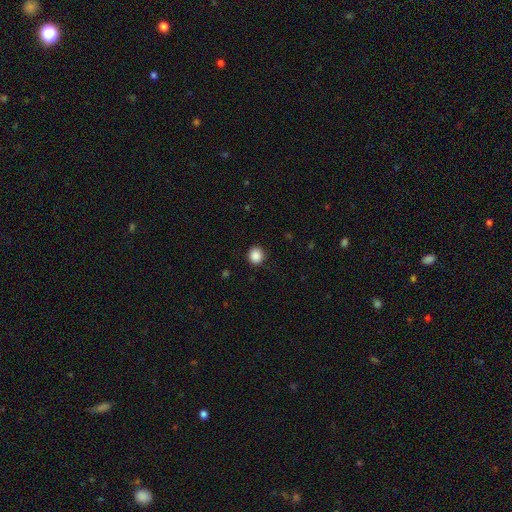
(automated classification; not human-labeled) Smooth or featured?
  - smooth: 88% *
  - star or artifact: 9%
  - featured or disk: 3%
How rounded?
  - round: 88% *
  - in between: 11%
  - cigar-shaped: 1%
Merging?
  - none: 91% *
  - minor disturbance: 6%
  - major disturbance: 2%
  - merger: 1%